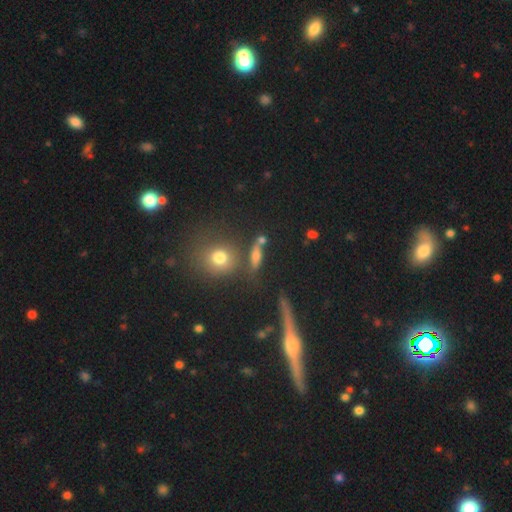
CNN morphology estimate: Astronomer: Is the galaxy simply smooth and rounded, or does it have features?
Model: smooth — 61%.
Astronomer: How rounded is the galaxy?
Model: cigar-shaped — 42% (runner-up: in between, 37%).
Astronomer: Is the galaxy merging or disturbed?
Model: none — 63%.